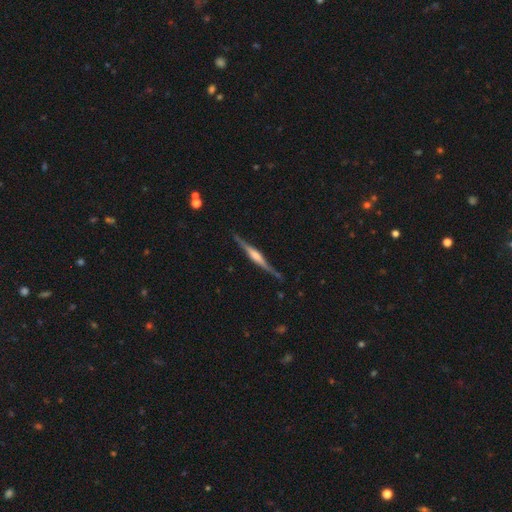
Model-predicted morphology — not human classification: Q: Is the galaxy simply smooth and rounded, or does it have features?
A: featured or disk — 78%.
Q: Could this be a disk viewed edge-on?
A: yes — 98%.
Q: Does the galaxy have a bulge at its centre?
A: rounded — 58%.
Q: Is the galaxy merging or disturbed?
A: none — 85%.